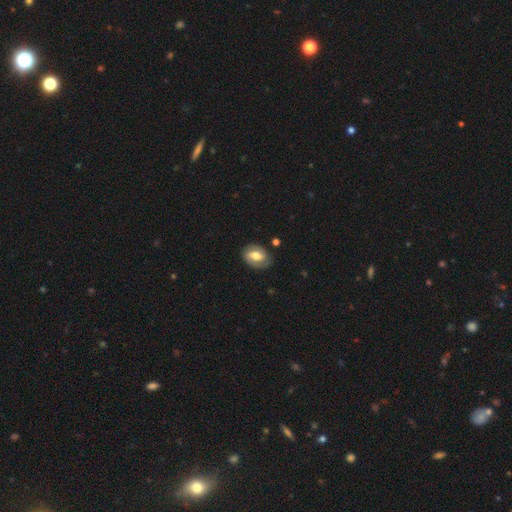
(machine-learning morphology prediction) Q: Smooth or featured?
A: featured or disk (63%); runner-up: smooth (31%)
Q: Edge-on disk?
A: no (96%); runner-up: yes (4%)
Q: Bar?
A: weak (46%); runner-up: no (29%)
Q: Spiral arms?
A: yes (81%); runner-up: no (19%)
Q: Bulge size?
A: moderate (67%); runner-up: large (17%)
Q: Merging?
A: none (79%); runner-up: minor disturbance (15%)